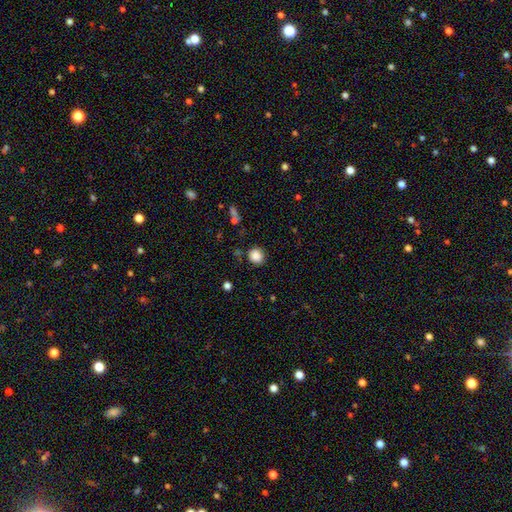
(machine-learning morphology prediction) smooth 86%, star or artifact 10%, featured or disk 4%. Down the decision tree: how rounded — round (87%); merging — none (86%).